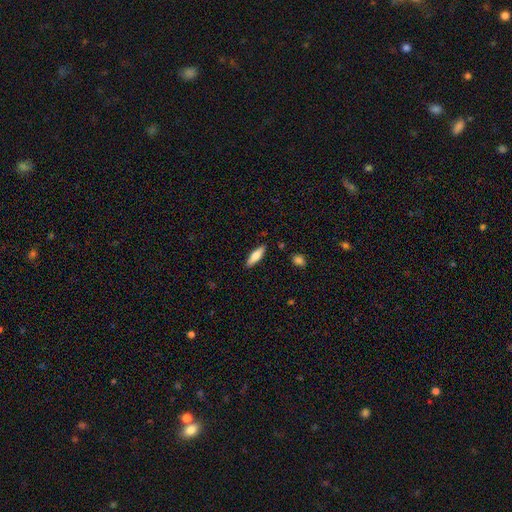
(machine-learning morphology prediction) A smooth galaxy with no disk features (76%) that is cigar-shaped (61%). Merging: none (88%).